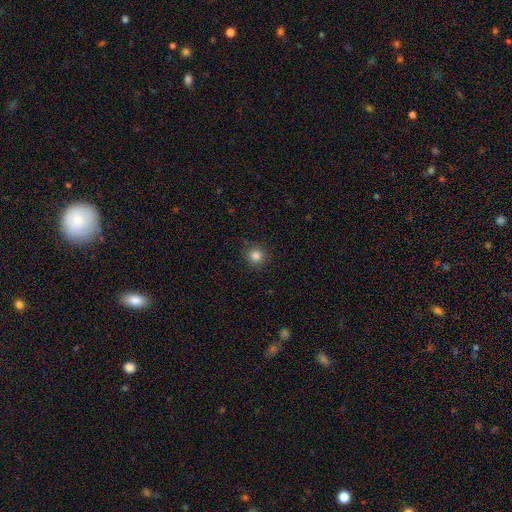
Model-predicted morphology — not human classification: A smooth galaxy with no disk features (83%) that is round (93%).

Vote fractions:
- Smooth or featured? smooth: 83% / star or artifact: 12% / featured or disk: 5%
- How rounded? round: 93% / in between: 6% / cigar-shaped: 1%
- Merging? none: 90% / minor disturbance: 7% / major disturbance: 2% / merger: 1%